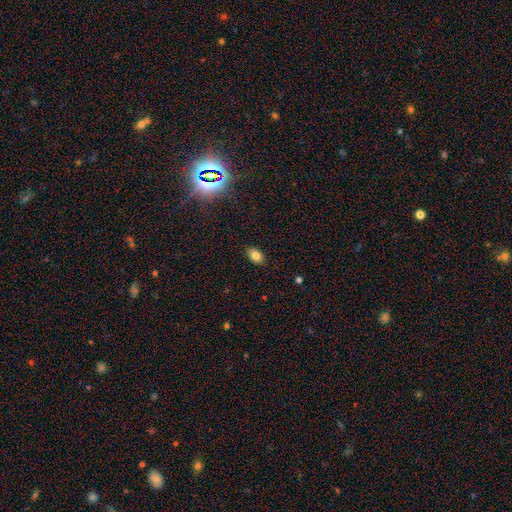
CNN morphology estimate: This appears to be a smooth galaxy with no disk features (83%) that is in between round and cigar-shaped (86%). Merging: none (87%).